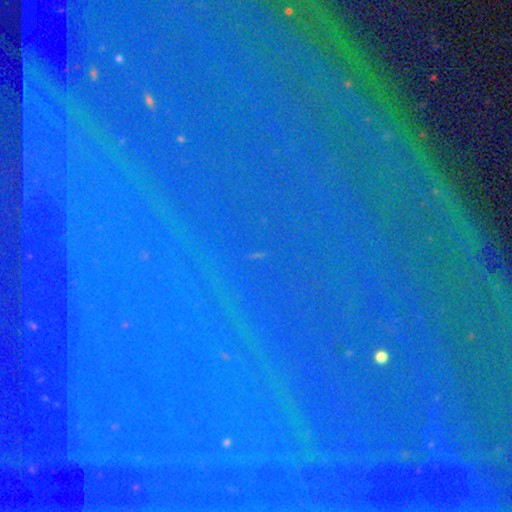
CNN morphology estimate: Overall: star or artifact (83%).